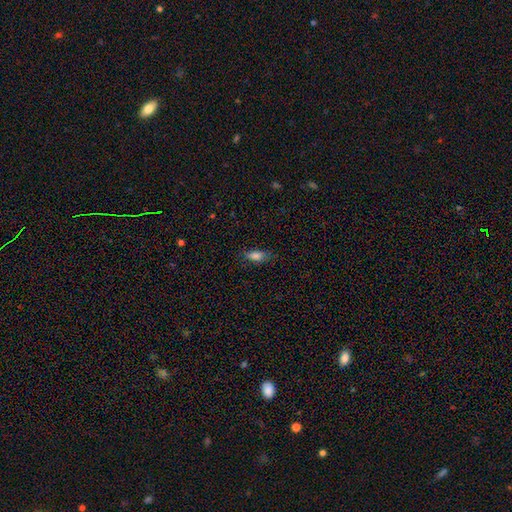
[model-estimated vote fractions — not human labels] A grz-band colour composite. It shows a smooth galaxy with no disk features (82%) that is in between round and cigar-shaped (82%). Merging: none (74%).